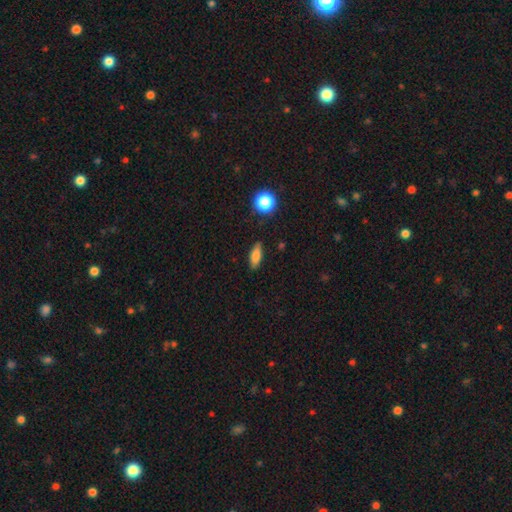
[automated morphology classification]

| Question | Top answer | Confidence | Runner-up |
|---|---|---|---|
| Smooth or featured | smooth | 80% | featured or disk (11%) |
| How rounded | in between | 67% | cigar-shaped (27%) |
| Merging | none | 83% | minor disturbance (12%) |